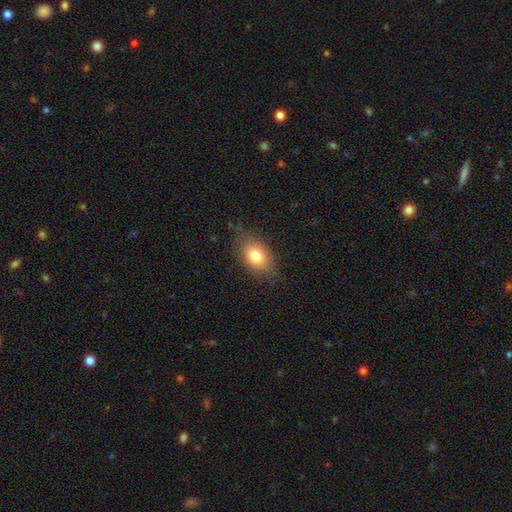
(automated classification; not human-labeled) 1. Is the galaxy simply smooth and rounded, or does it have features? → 79% smooth, 12% featured or disk, 9% star or artifact.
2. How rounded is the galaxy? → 82% in between, 16% round, 3% cigar-shaped.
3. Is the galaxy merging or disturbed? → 78% none, 17% minor disturbance, 4% major disturbance, 1% merger.